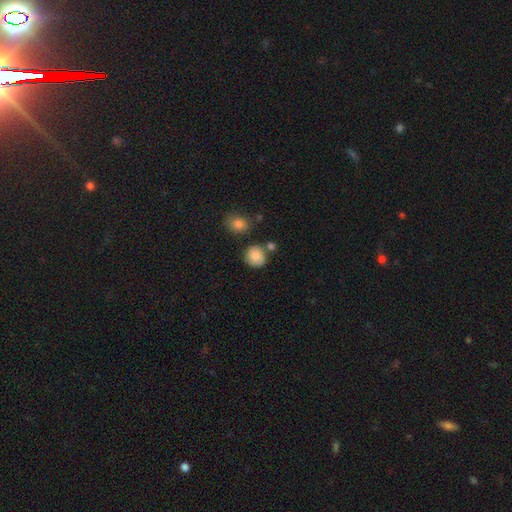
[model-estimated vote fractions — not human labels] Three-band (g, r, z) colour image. It shows a smooth galaxy with no disk features (80%) that is round (87%). Merging: none (73%).